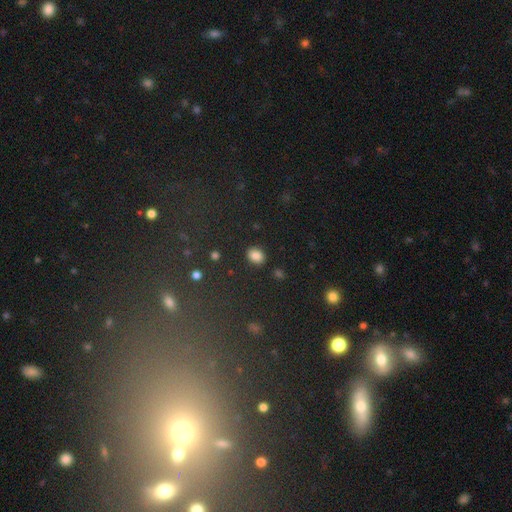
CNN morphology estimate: Smooth or featured: smooth — 85% (star or artifact — 10%)
How rounded: in between — 60% (round — 38%)
Merging: none — 87% (minor disturbance — 9%)